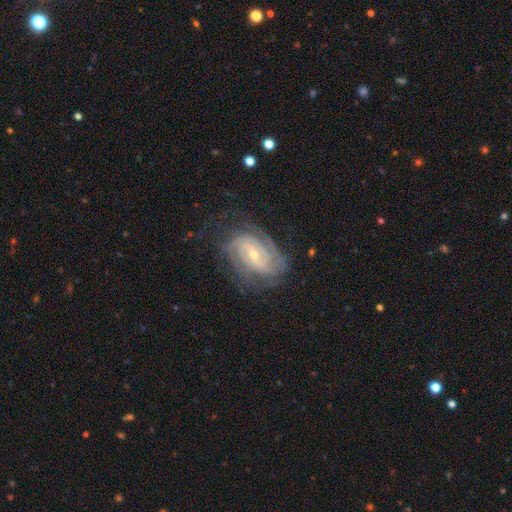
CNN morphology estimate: This is clearly a featured or disk galaxy (81%). It is clearly not viewed edge-on (96%). Bar: marginally weak (42%). Spiral arm pattern: clearly yes (93%). Spiral arm count: marginally can't tell (35%). Spiral winding: likely tight (61%). Central bulge: likely small (64%). Merging: likely none (68%).